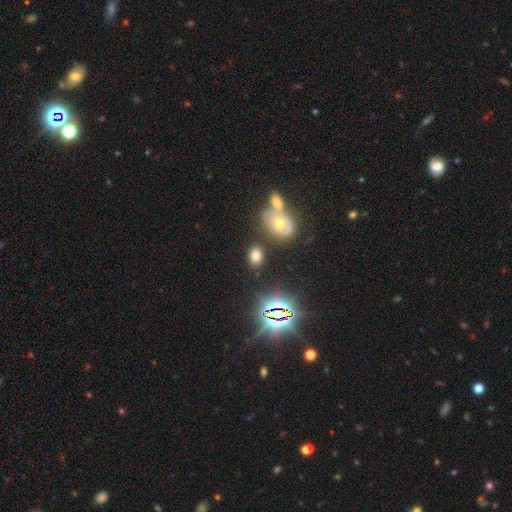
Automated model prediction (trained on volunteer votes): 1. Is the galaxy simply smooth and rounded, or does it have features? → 66% smooth, 20% star or artifact, 13% featured or disk.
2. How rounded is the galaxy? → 78% in between, 21% round, 2% cigar-shaped.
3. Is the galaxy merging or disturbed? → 73% none, 12% minor disturbance, 11% merger, 5% major disturbance.